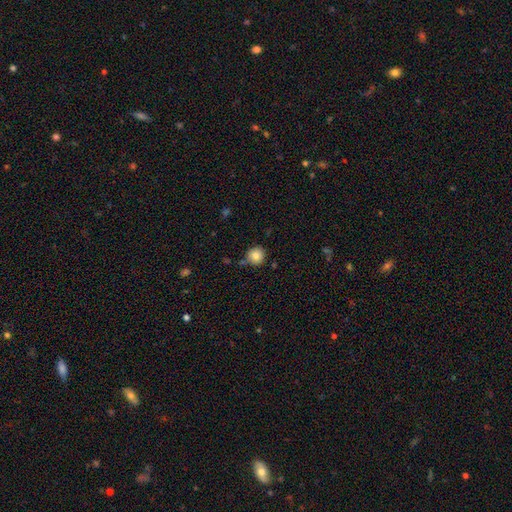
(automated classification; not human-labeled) This is clearly a smooth galaxy (83%). How rounded: clearly round (93%). Merging: likely none (79%).